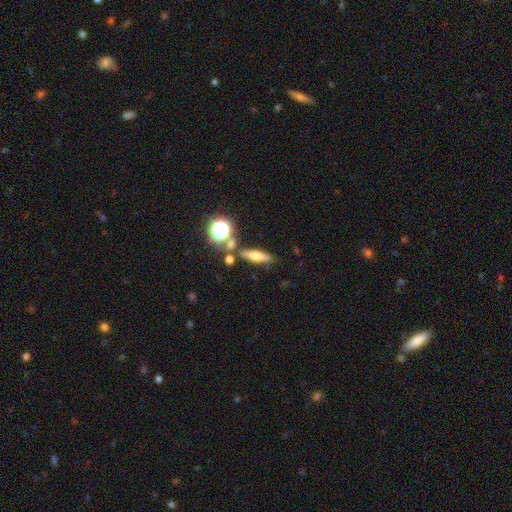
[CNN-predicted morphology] A smooth galaxy with no disk features (54%) that is cigar-shaped (52%). Merging: none (75%).